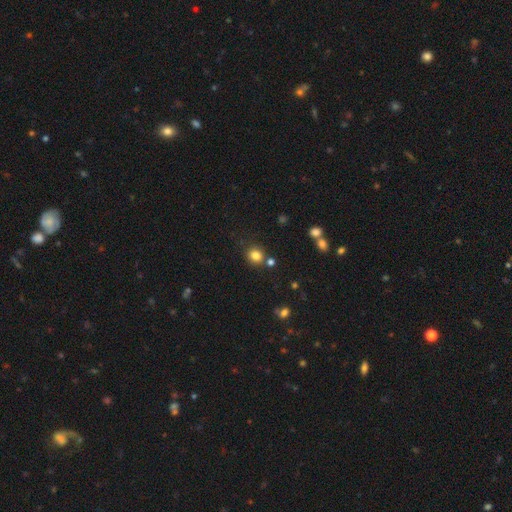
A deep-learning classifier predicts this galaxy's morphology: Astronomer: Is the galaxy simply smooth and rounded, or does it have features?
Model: smooth — 82%.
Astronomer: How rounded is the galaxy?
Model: round — 82%.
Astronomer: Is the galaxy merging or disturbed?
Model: none — 77%.